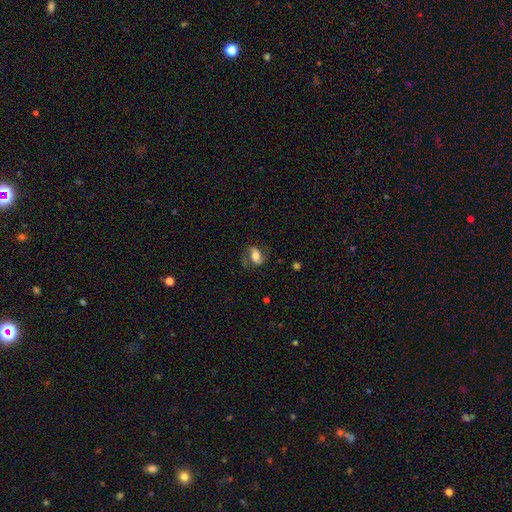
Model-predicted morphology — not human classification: smooth-or-featured: smooth: 54% | featured or disk: 38% | star or artifact: 8%
  how-rounded: in between: 83% | round: 13% | cigar-shaped: 4%
  merging: none: 66% | minor disturbance: 20% | major disturbance: 13% | merger: 2%